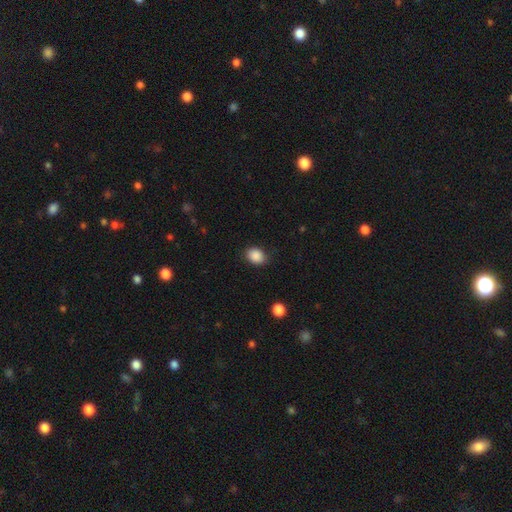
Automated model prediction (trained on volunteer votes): This is clearly a smooth galaxy (88%). How rounded: possibly in between (59%). Merging: clearly none (84%).